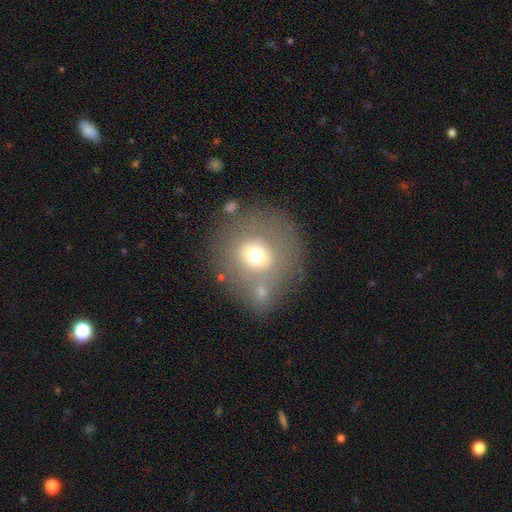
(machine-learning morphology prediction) This appears to be a smooth galaxy with no disk features (63%) that is round (88%). Merging: none (61%).